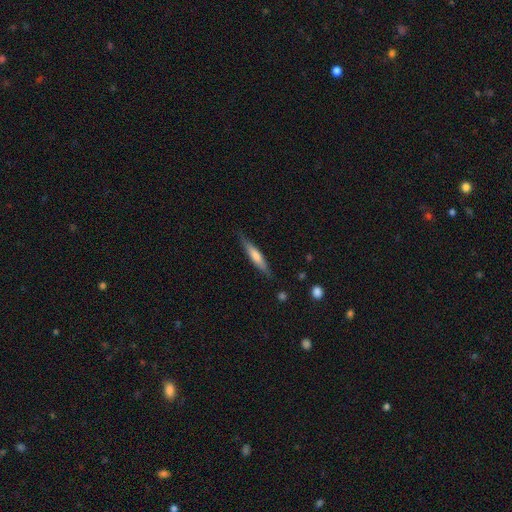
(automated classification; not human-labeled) This appears to be a smooth galaxy with no disk features (50%). Merging: none (84%).